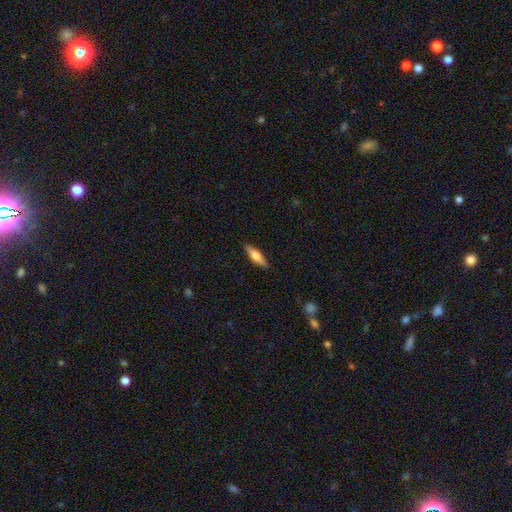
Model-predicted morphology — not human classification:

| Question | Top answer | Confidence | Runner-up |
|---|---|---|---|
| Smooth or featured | smooth | 55% | featured or disk (39%) |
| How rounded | cigar-shaped | 70% | in between (28%) |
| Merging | none | 90% | minor disturbance (8%) |